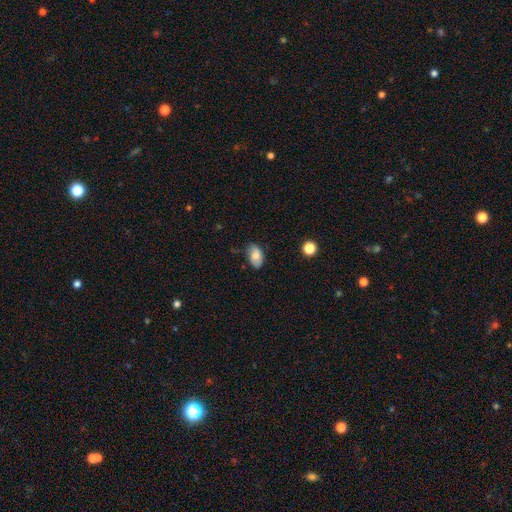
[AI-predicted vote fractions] This appears to be a smooth galaxy with no disk features (72%) that is in between round and cigar-shaped (91%). Merging: none (69%).